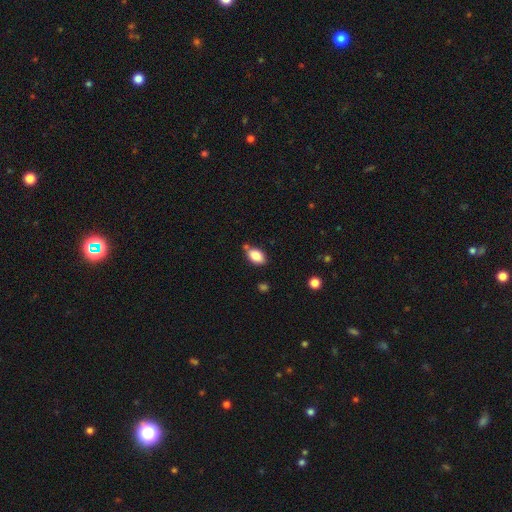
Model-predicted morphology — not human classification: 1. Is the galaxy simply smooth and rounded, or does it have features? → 85% smooth, 8% star or artifact, 7% featured or disk.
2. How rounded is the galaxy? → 90% in between, 7% round, 2% cigar-shaped.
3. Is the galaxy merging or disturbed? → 71% none, 17% minor disturbance, 9% merger, 3% major disturbance.